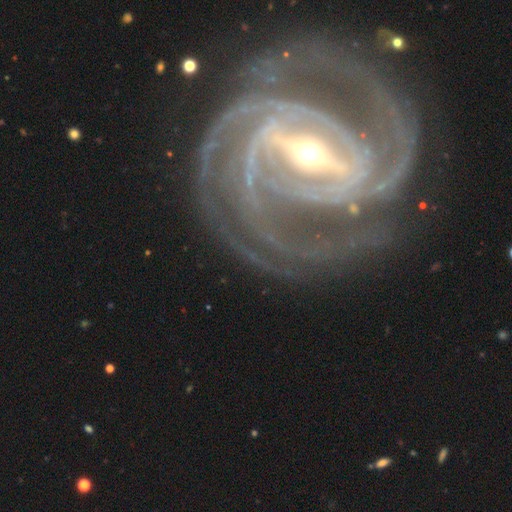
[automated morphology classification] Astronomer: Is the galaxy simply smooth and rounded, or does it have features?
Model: featured or disk — 92%.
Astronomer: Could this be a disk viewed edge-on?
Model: no — 96%.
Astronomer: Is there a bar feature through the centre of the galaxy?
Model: strong — 76%.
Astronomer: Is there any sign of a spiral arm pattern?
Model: yes — 98%.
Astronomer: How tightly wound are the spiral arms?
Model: tight — 70%.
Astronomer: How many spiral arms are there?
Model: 2 — 21%, tied with 3 and 4 at 21%.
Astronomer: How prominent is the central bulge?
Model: small — 61%.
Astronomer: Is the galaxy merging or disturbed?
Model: none — 74%.